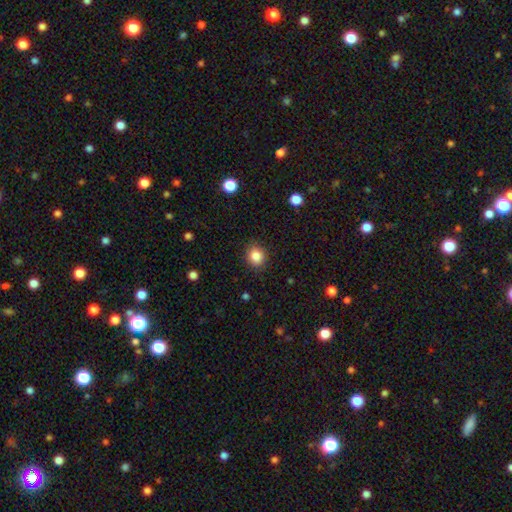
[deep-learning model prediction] smooth 85%, star or artifact 10%, featured or disk 5%. Down the decision tree: how rounded — round (73%); merging — none (89%).